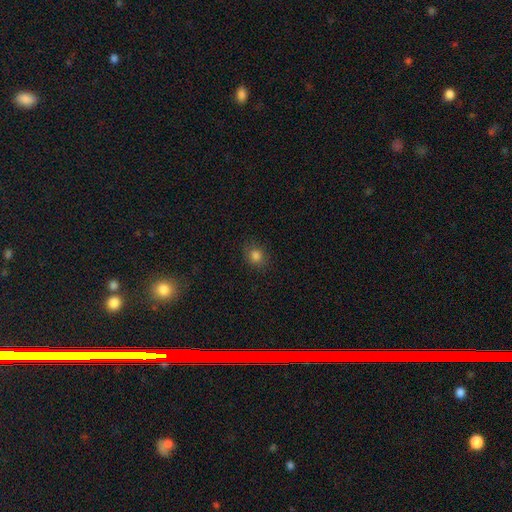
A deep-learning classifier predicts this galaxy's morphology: type=smooth (81%); roundness=round (67%); merging=none (85%).